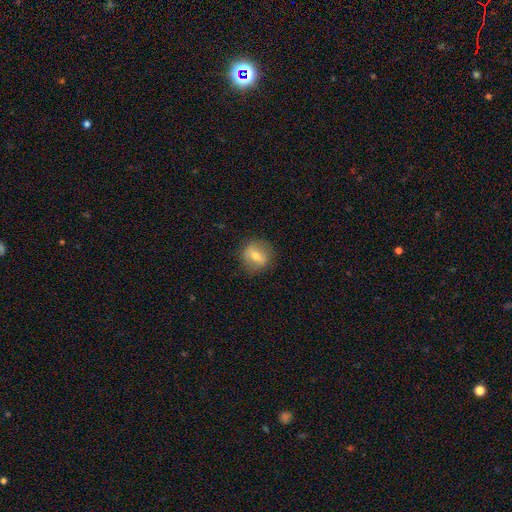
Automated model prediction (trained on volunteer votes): Q: Smooth or featured?
A: smooth (52%); runner-up: featured or disk (39%)
Q: How rounded?
A: round (76%); runner-up: in between (22%)
Q: Merging?
A: none (83%); runner-up: minor disturbance (12%)